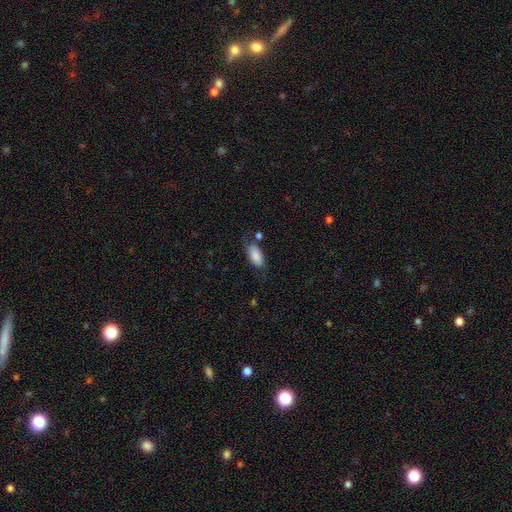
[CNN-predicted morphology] Q: Smooth or featured?
A: smooth (85%); runner-up: featured or disk (8%)
Q: How rounded?
A: in between (90%); runner-up: cigar-shaped (8%)
Q: Merging?
A: none (64%); runner-up: minor disturbance (23%)